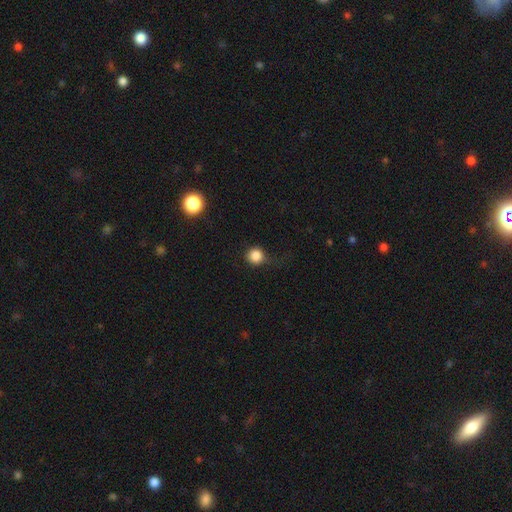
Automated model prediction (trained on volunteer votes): Smooth or featured? smooth (83%)
How rounded? round (92%)
Merging? none (67%)